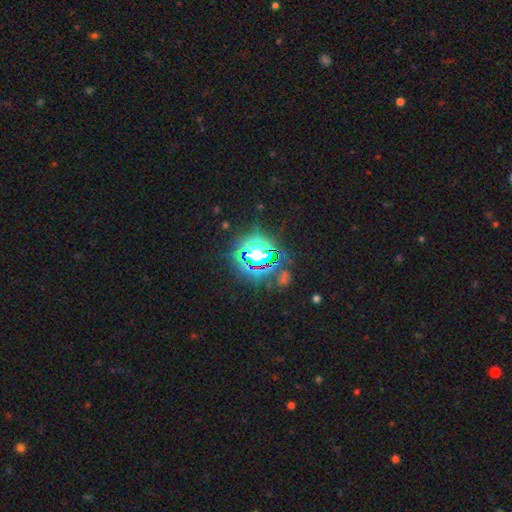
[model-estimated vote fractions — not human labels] star or artifact 69%, smooth 20%, featured or disk 11%.